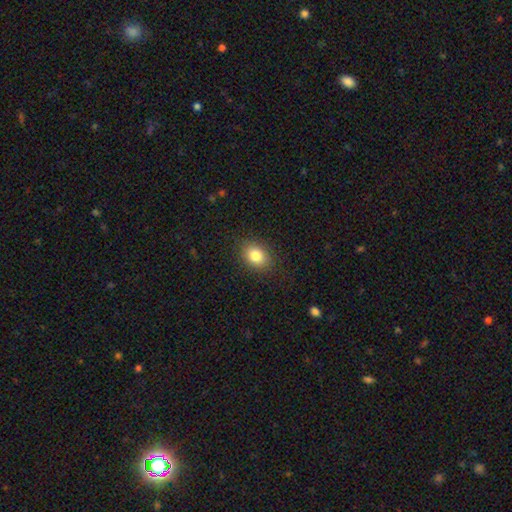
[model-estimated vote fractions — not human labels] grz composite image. It shows a smooth galaxy with no disk features (83%) that is in between round and cigar-shaped (61%). Merging: none (87%).